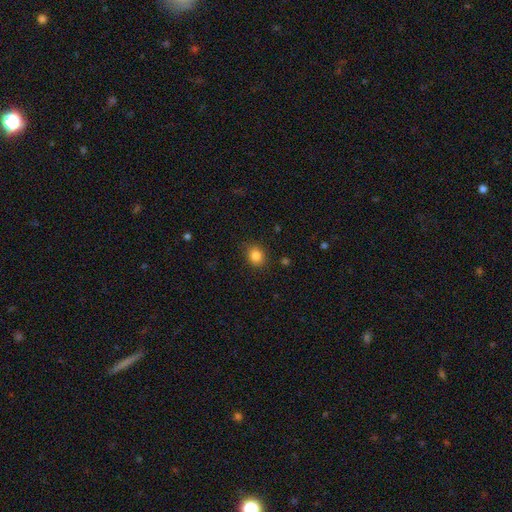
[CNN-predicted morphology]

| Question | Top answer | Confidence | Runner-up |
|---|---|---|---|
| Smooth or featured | smooth | 84% | star or artifact (11%) |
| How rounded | round | 64% | in between (35%) |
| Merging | none | 85% | minor disturbance (11%) |